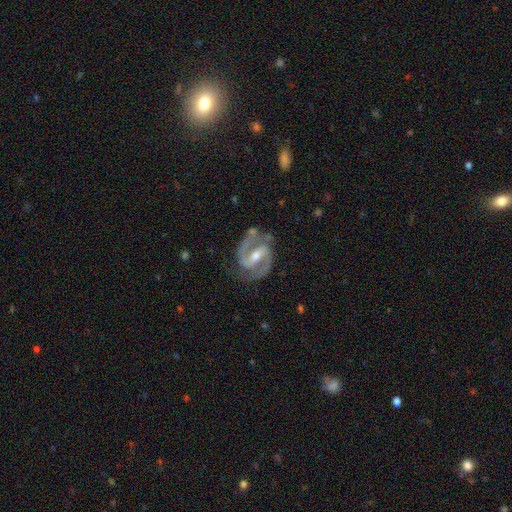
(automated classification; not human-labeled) Smooth or featured? featured or disk (92%)
Edge-on disk? no (98%)
Bar? strong (53%)
Spiral arms? yes (98%)
Spiral winding? medium (62%)
Spiral arm count? 2 (94%)
Bulge size? moderate (59%)
Merging? none (79%)